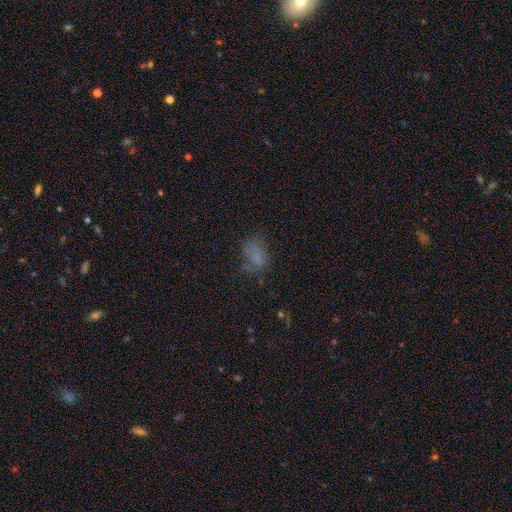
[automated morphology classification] Overall: smooth (64%). How rounded: in between (79%). Merging: none (49%; minor disturbance 25%).